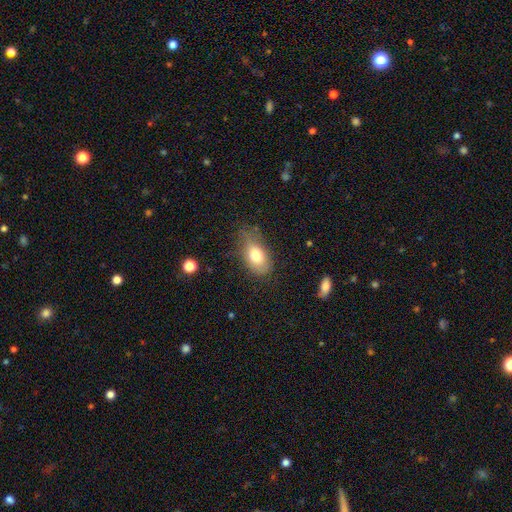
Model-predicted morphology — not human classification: smooth-or-featured: smooth: 76% | featured or disk: 16% | star or artifact: 8%
  how-rounded: in between: 89% | round: 8% | cigar-shaped: 3%
  merging: none: 55% | minor disturbance: 31% | major disturbance: 12% | merger: 2%